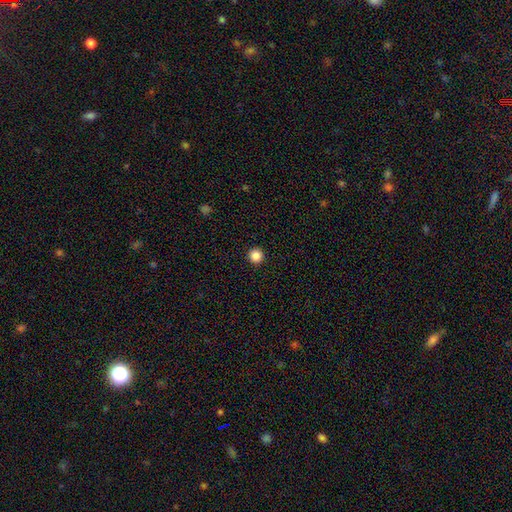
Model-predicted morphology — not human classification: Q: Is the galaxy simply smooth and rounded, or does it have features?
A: smooth — 86%.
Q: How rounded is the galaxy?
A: round — 97%.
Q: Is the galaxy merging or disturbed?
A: none — 94%.